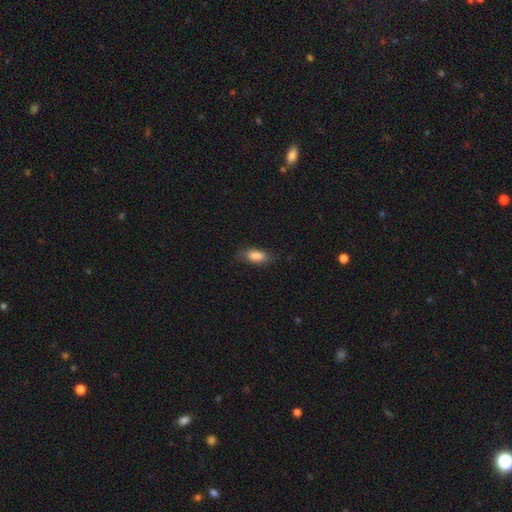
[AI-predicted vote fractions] smooth-or-featured: smooth: 84% | featured or disk: 9% | star or artifact: 7%
  how-rounded: in between: 81% | cigar-shaped: 16% | round: 3%
  merging: none: 73% | minor disturbance: 21% | major disturbance: 5% | merger: 1%